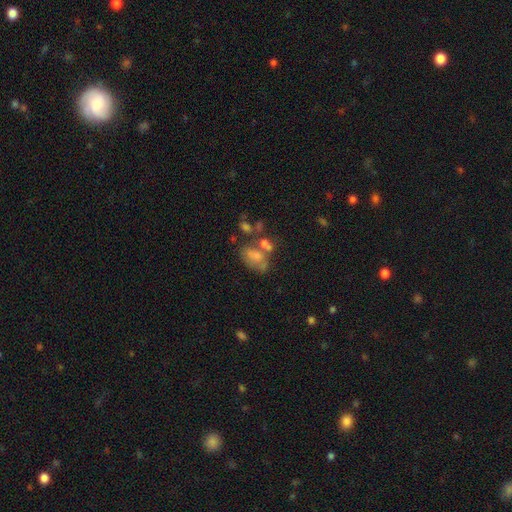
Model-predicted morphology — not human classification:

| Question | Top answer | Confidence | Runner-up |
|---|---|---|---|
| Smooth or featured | smooth | 46% | featured or disk (33%) |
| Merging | none | 38% | merger (30%) |